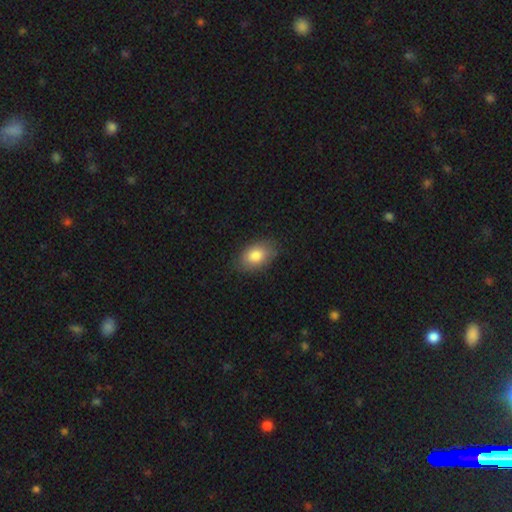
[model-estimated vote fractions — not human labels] Overall: smooth (82%). How rounded: in between (86%). Merging: none (81%).